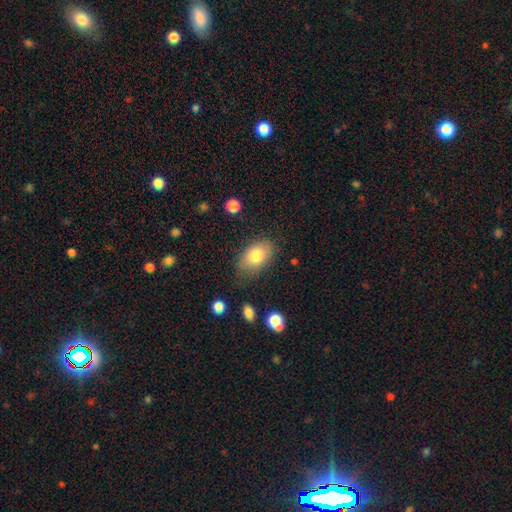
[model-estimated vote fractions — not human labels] Overall: smooth (80%). How rounded: in between (88%). Merging: none (77%).